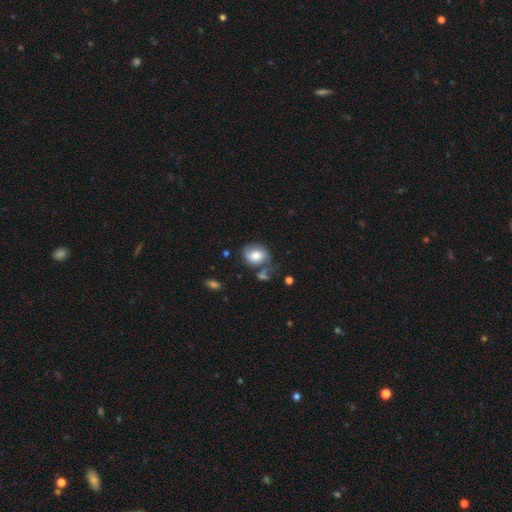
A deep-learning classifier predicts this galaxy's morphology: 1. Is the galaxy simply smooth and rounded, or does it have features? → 68% smooth, 24% featured or disk, 8% star or artifact.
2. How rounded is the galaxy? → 53% round, 46% in between, 1% cigar-shaped.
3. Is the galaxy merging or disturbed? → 54% none, 25% minor disturbance, 11% major disturbance, 10% merger.